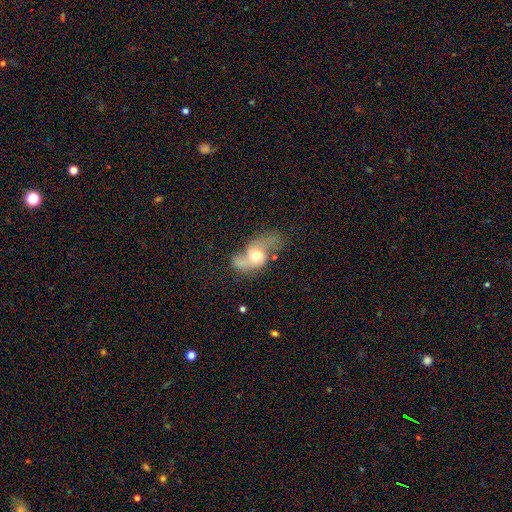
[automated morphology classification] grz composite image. It shows a featured or disk galaxy (62%) with no bar (73%), spiral arms (74%) and a moderate central bulge (68%). Merging: major disturbance (34%).